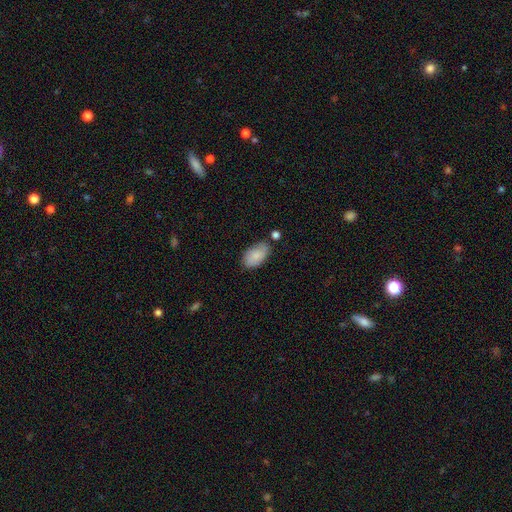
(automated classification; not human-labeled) smooth_or_featured: smooth (p=0.83) [alt: featured or disk p=0.10]
how_rounded: in between (p=0.95) [alt: round p=0.04]
merging: none (p=0.68) [alt: minor disturbance p=0.20]